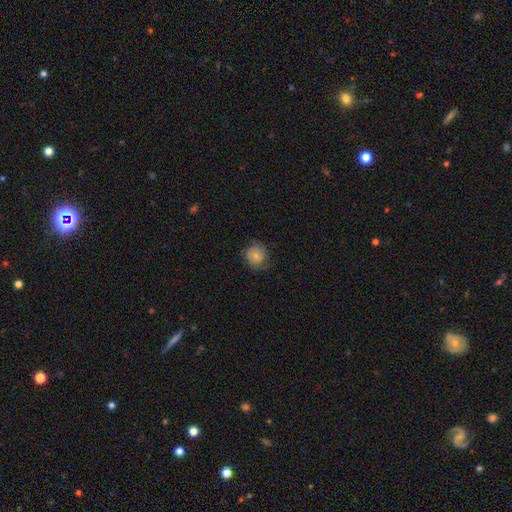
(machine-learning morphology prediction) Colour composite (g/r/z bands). It shows a smooth galaxy with no disk features (68%) that is round (82%). Merging: none (67%).